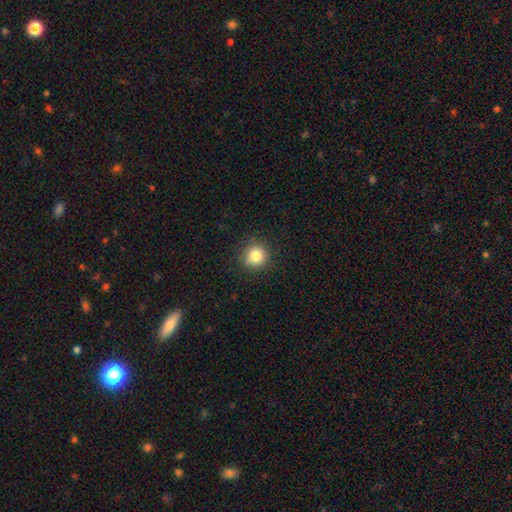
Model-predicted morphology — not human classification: smooth_or_featured: smooth (p=0.83) [alt: star or artifact p=0.11]
how_rounded: round (p=0.91) [alt: in between p=0.08]
merging: none (p=0.86) [alt: minor disturbance p=0.10]